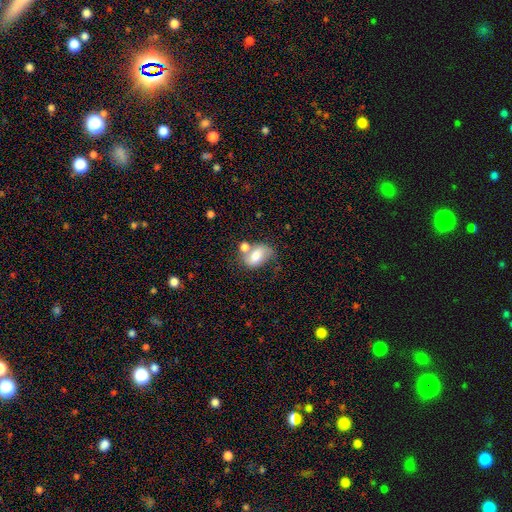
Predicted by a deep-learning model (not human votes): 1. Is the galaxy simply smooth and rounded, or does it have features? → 65% smooth, 26% featured or disk, 9% star or artifact.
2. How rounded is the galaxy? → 84% in between, 15% round, 2% cigar-shaped.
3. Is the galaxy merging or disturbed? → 34% none, 33% merger, 20% minor disturbance, 12% major disturbance.